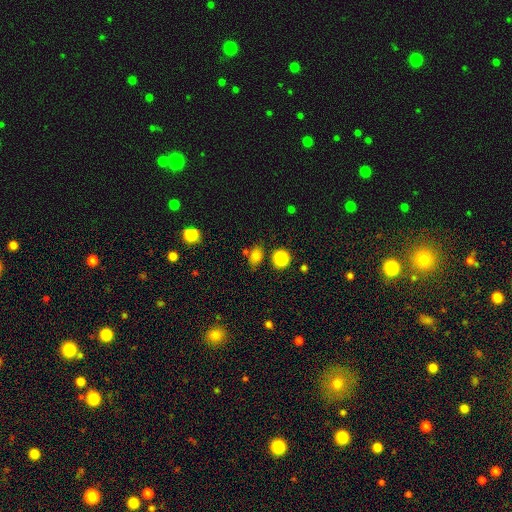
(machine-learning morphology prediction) smooth 76%, star or artifact 17%, featured or disk 7%. Down the decision tree: how rounded — in between (60%); merging — none (71%).